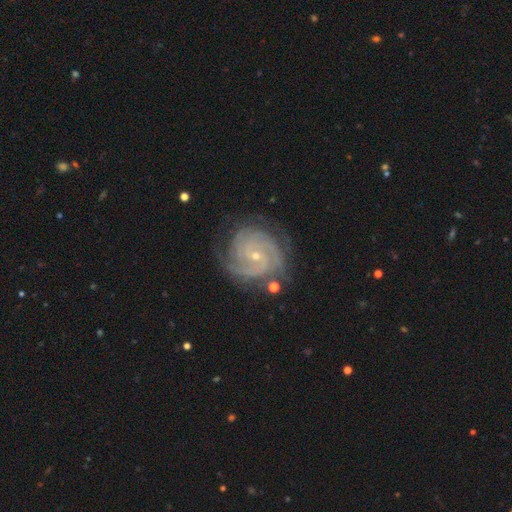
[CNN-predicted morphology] The model was most divided on "spiral arm count": 3: 33%, 2: 23%, 4: 19%, can't tell: 13%, more than 4: 7%, 1: 6%. More confident: spiral arms — yes (98%); edge-on disk — no (98%); smooth or featured — featured or disk (90%); bulge size — small (79%); merging — none (76%); spiral winding — tight (75%); bar — no (63%).